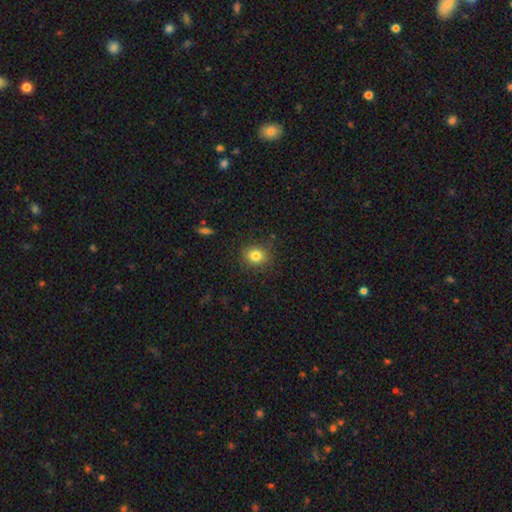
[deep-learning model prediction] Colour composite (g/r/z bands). It shows a smooth galaxy with no disk features (82%) that is round (62%). Merging: none (85%).